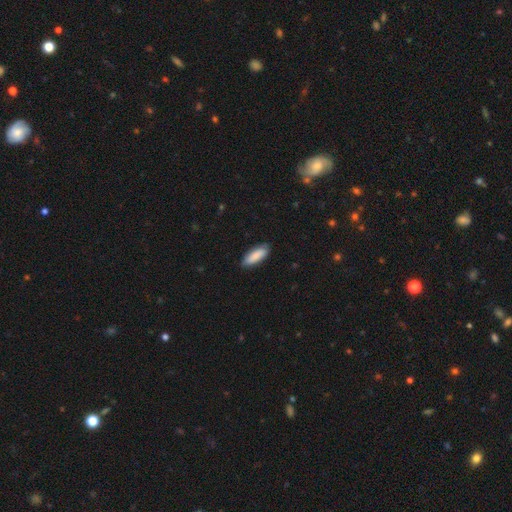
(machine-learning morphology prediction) Q: Smooth or featured?
A: smooth (87%); runner-up: featured or disk (8%)
Q: How rounded?
A: in between (63%); runner-up: cigar-shaped (35%)
Q: Merging?
A: none (84%); runner-up: minor disturbance (13%)